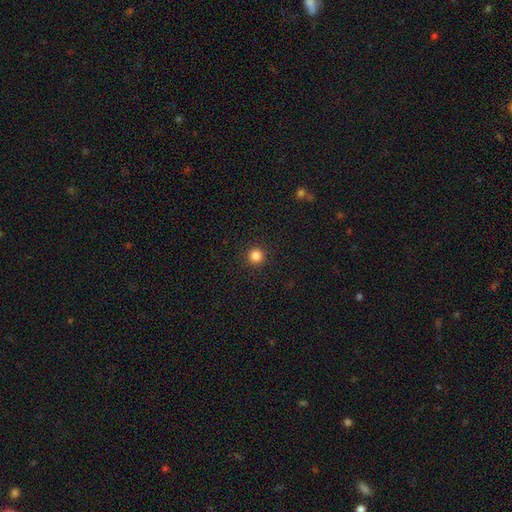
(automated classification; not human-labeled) A smooth galaxy with no disk features (84%) that is round (96%).

Vote fractions:
- Smooth or featured? smooth: 84% / star or artifact: 12% / featured or disk: 4%
- How rounded? round: 96% / in between: 3% / cigar-shaped: 1%
- Merging? none: 93% / minor disturbance: 4% / major disturbance: 2% / merger: 1%